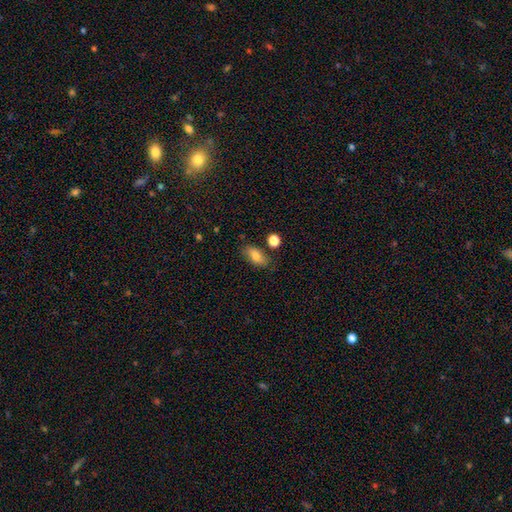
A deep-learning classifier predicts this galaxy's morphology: smooth 77%, featured or disk 14%, star or artifact 9%. Down the decision tree: how rounded — in between (87%); merging — none (78%).